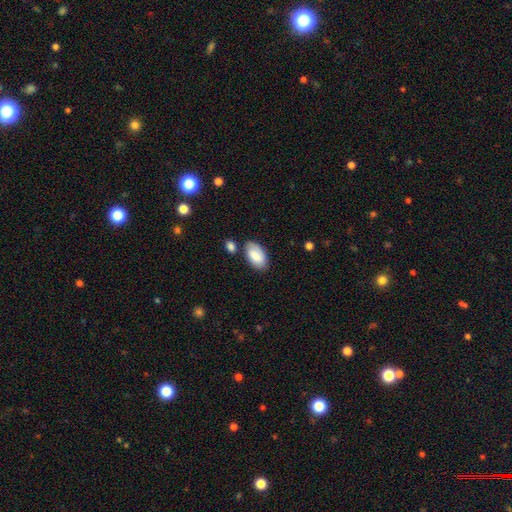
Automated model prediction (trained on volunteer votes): A smooth galaxy with no disk features (76%) that is in between round and cigar-shaped (95%).

Vote fractions:
- Smooth or featured? smooth: 76% / featured or disk: 17% / star or artifact: 6%
- How rounded? in between: 95% / round: 4% / cigar-shaped: 2%
- Merging? none: 70% / minor disturbance: 18% / merger: 8% / major disturbance: 4%